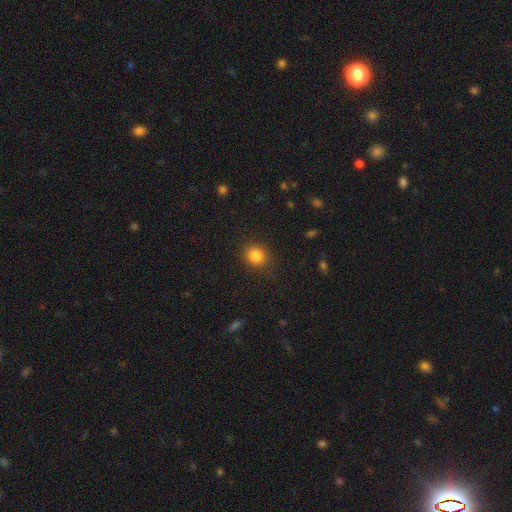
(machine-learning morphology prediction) A smooth galaxy with no disk features (84%) that is round (79%). Merging: none (85%).